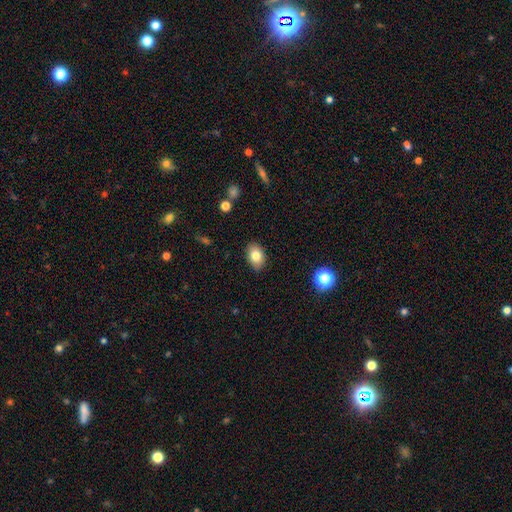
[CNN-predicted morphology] The model was most divided on "how rounded": in between: 79%, round: 20%, cigar-shaped: 1%. More confident: merging — none (85%); smooth or featured — smooth (81%).